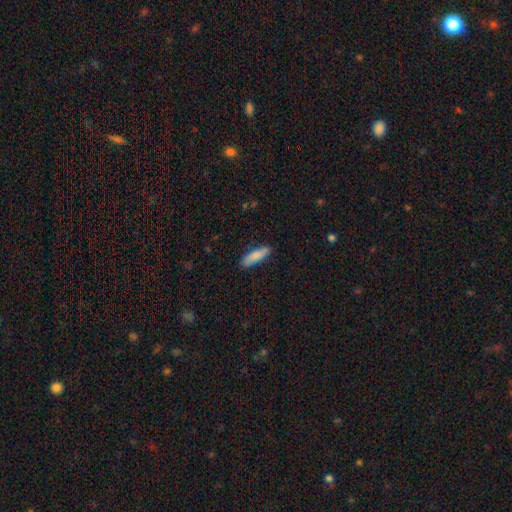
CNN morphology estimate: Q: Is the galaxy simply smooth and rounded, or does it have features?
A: smooth — 84%.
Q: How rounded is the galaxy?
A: cigar-shaped — 61%.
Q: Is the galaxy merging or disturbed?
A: none — 85%.